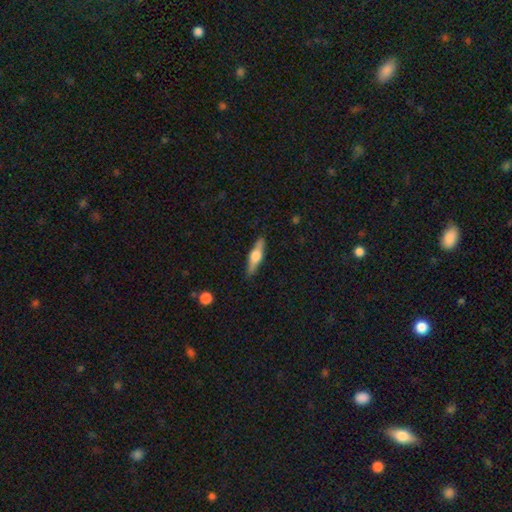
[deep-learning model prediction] Smooth or featured: featured or disk — 57% (smooth — 37%)
Edge-on disk: yes — 94% (no — 6%)
Edge-on bulge: rounded — 92% (boxy — 6%)
Merging: none — 87% (minor disturbance — 9%)